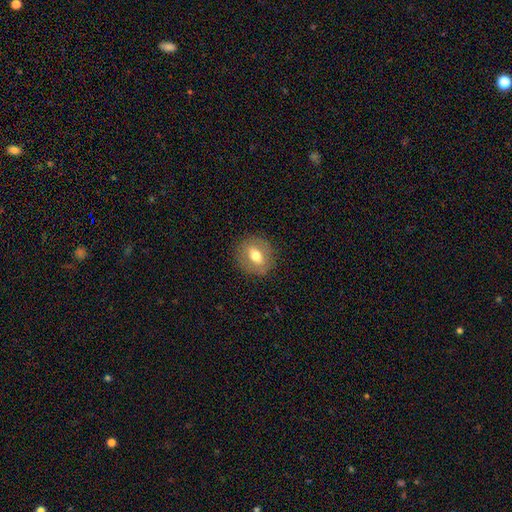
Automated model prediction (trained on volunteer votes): A smooth galaxy with no disk features (55%) that is round (67%).

Vote fractions:
- Smooth or featured? smooth: 55% / featured or disk: 36% / star or artifact: 8%
- How rounded? round: 67% / in between: 31% / cigar-shaped: 2%
- Merging? none: 85% / minor disturbance: 10% / major disturbance: 4% / merger: 1%